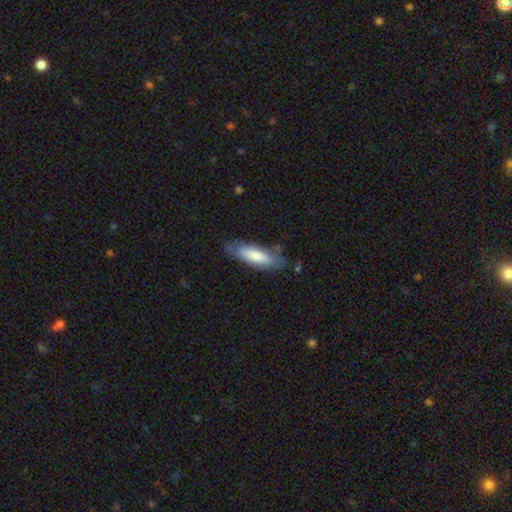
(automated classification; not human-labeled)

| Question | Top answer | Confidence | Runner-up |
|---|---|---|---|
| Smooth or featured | smooth | 74% | featured or disk (21%) |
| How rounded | cigar-shaped | 53% | in between (45%) |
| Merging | none | 73% | minor disturbance (20%) |